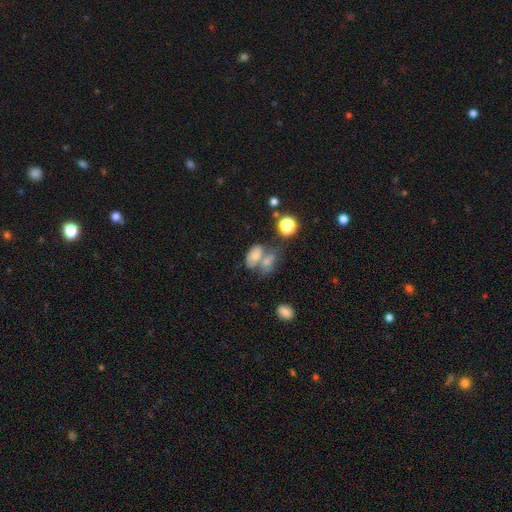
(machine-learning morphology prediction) smooth-or-featured: smooth: 66% | featured or disk: 20% | star or artifact: 14%
  how-rounded: in between: 84% | round: 14% | cigar-shaped: 2%
  merging: merger: 54% | none: 24% | minor disturbance: 13% | major disturbance: 9%